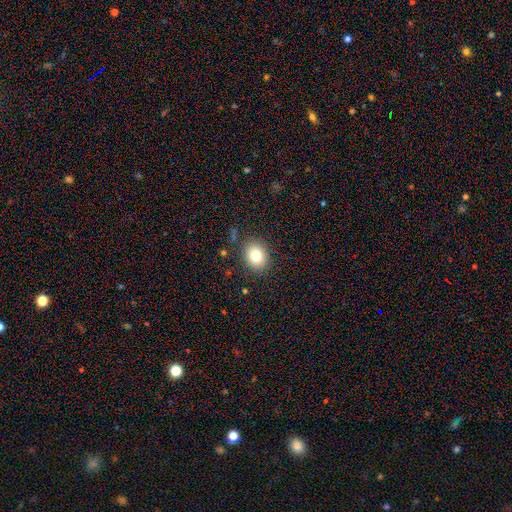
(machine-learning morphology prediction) Smooth or featured? Predicted: smooth (p=0.80). How rounded? Predicted: round (p=0.53). Merging? Predicted: none (p=0.87).